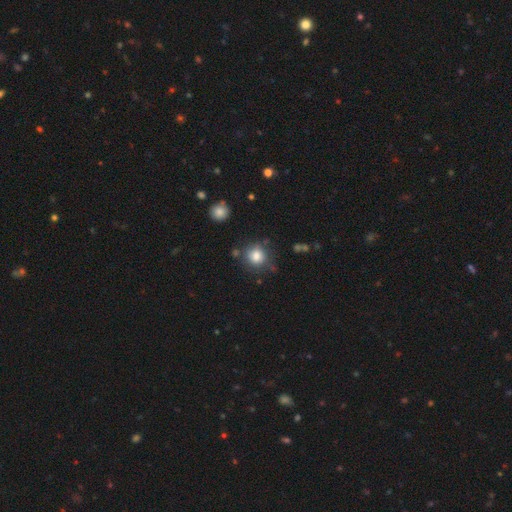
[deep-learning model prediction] smooth 82%, star or artifact 11%, featured or disk 7%. Down the decision tree: how rounded — round (89%); merging — none (75%).